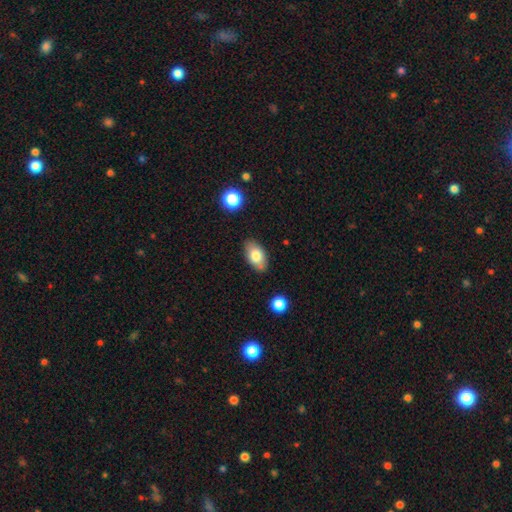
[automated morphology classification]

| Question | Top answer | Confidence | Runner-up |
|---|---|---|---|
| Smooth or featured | smooth | 78% | featured or disk (14%) |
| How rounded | in between | 92% | round (6%) |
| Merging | none | 80% | minor disturbance (14%) |